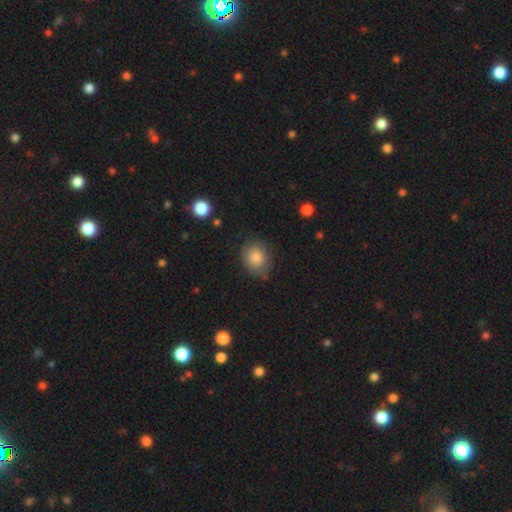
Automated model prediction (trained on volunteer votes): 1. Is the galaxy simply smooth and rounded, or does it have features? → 77% smooth, 14% featured or disk, 9% star or artifact.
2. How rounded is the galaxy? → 52% round, 47% in between, 1% cigar-shaped.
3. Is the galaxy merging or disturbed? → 70% none, 23% minor disturbance, 5% major disturbance, 2% merger.